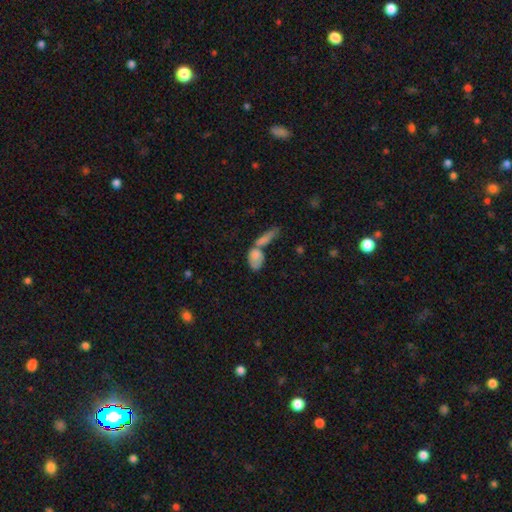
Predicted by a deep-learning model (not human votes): smooth_or_featured: smooth (p=0.75) [alt: featured or disk p=0.16]
how_rounded: in between (p=0.78) [alt: round p=0.13]
merging: merger (p=0.57) [alt: none p=0.23]